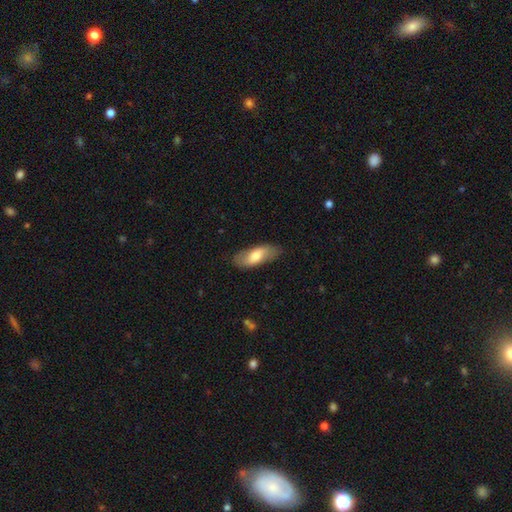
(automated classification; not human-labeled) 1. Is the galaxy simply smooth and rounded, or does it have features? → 65% smooth, 30% featured or disk, 5% star or artifact.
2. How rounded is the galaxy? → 78% in between, 19% cigar-shaped, 3% round.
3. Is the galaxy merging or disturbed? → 79% none, 16% minor disturbance, 4% major disturbance, 1% merger.